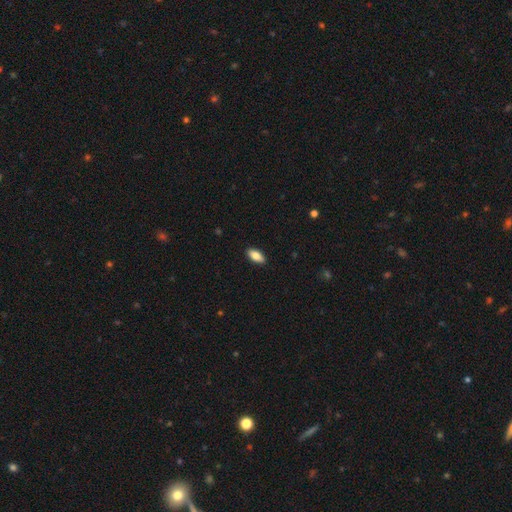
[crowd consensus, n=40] Overall: smooth (82%). How rounded: in between (94%). Merging: none (92%).